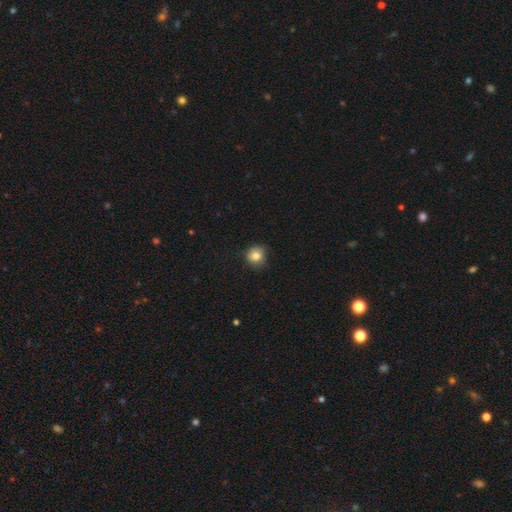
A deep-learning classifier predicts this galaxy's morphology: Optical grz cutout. It shows a smooth galaxy with no disk features (81%) that is round (88%). Merging: none (78%).